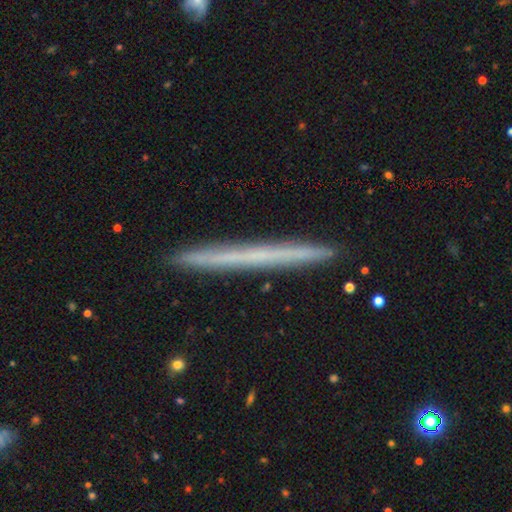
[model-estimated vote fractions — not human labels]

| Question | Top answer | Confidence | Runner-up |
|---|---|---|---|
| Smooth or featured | featured or disk | 50% | smooth (43%) |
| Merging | none | 92% | minor disturbance (6%) |